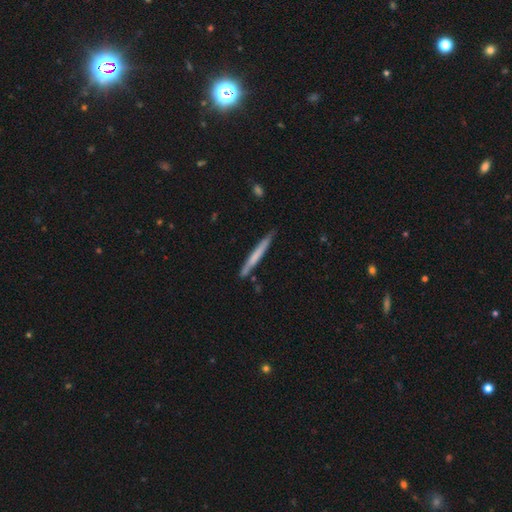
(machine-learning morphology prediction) This is possibly a smooth galaxy (56%). How rounded: clearly cigar-shaped (97%). Merging: clearly none (84%).